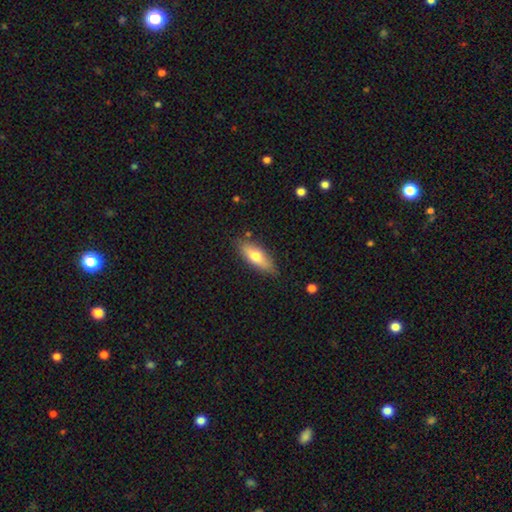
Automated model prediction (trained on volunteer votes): smooth-or-featured: smooth: 66% | featured or disk: 28% | star or artifact: 6%
  how-rounded: in between: 57% | cigar-shaped: 40% | round: 3%
  merging: none: 82% | minor disturbance: 14% | major disturbance: 3% | merger: 2%